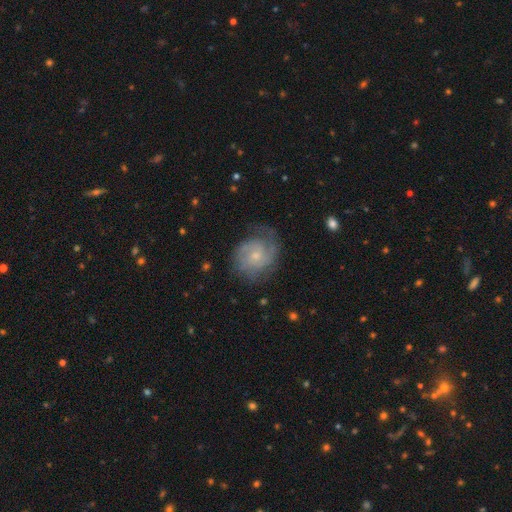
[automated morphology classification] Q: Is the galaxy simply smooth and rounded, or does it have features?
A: featured or disk — 71%.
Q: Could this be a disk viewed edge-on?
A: no — 98%.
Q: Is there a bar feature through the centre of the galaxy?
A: no — 69%.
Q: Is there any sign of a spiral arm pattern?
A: yes — 91%.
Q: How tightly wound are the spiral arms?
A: tight — 47%.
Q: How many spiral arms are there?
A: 2 — 44%.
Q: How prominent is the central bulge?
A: small — 63%.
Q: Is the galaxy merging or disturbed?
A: none — 64%.